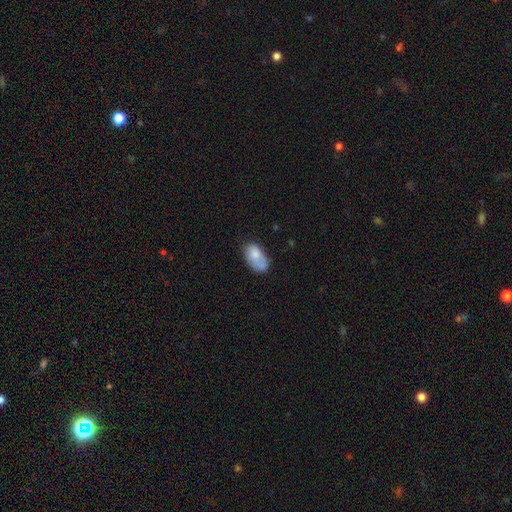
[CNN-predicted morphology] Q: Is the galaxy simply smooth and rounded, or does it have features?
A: smooth — 72%.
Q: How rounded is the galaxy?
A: in between — 90%.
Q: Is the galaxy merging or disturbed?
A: none — 36%.